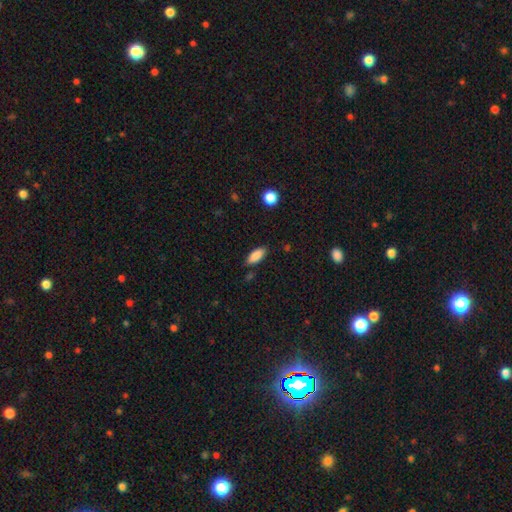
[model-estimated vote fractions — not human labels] Q: Smooth or featured?
A: smooth (87%); runner-up: star or artifact (7%)
Q: How rounded?
A: in between (82%); runner-up: cigar-shaped (16%)
Q: Merging?
A: none (83%); runner-up: minor disturbance (12%)